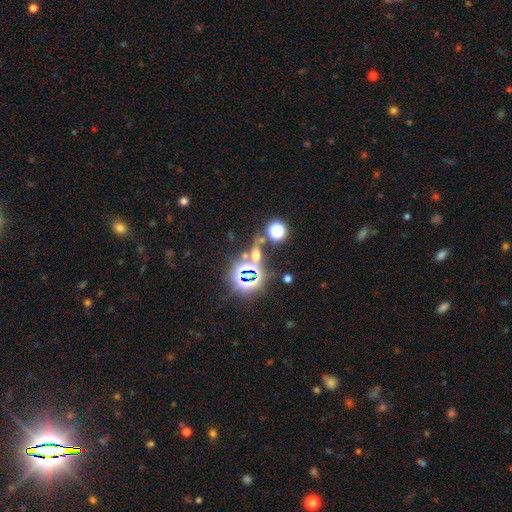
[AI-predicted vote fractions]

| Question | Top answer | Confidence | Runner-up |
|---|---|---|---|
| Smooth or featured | star or artifact | 59% | smooth (26%) |